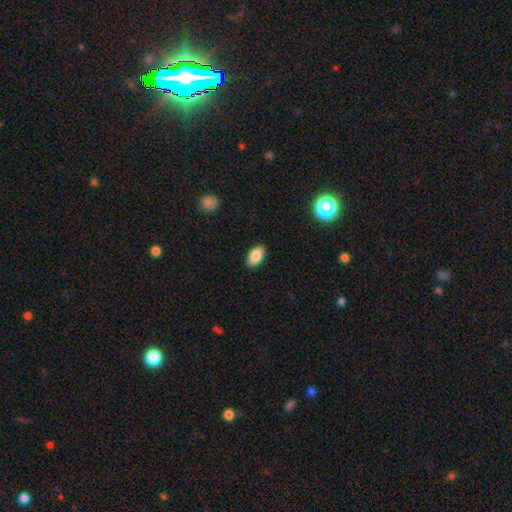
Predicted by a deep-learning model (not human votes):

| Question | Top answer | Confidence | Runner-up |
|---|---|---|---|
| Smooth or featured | smooth | 86% | star or artifact (7%) |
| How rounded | in between | 94% | round (4%) |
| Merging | none | 88% | minor disturbance (9%) |